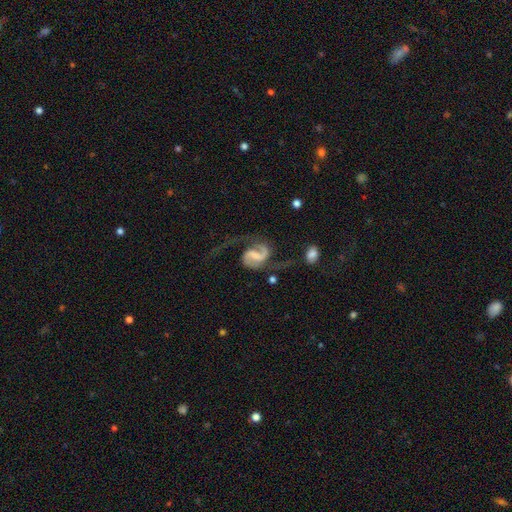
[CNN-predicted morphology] The model was most divided on "spiral winding": medium: 44%, loose: 43%, tight: 13%. Remaining: edge-on disk — no (98%); spiral arms — yes (97%); spiral arm count — 2 (88%); smooth or featured — featured or disk (88%); bulge size — none (49%); merging — none (46%); bar — weak (44%).